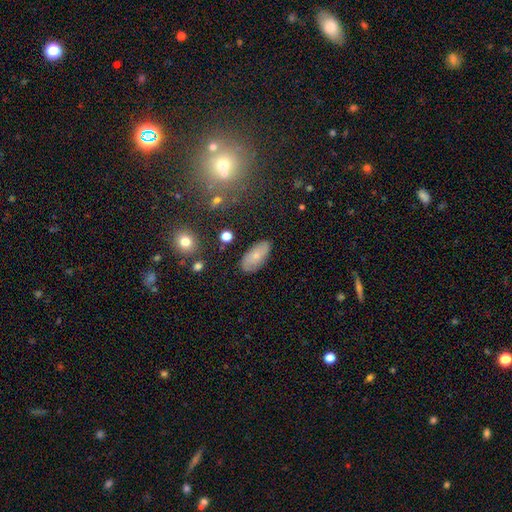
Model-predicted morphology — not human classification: smooth-or-featured: smooth: 65% | featured or disk: 26% | star or artifact: 9%
  how-rounded: in between: 91% | cigar-shaped: 5% | round: 3%
  merging: none: 81% | minor disturbance: 14% | major disturbance: 3% | merger: 2%